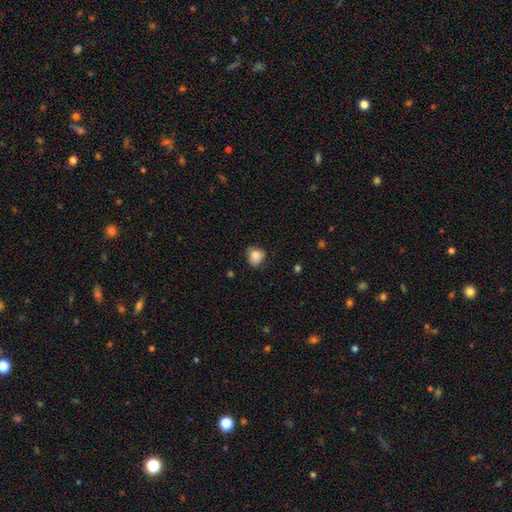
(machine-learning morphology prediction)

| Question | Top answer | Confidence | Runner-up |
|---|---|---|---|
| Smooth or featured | smooth | 84% | star or artifact (9%) |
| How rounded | round | 75% | in between (24%) |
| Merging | none | 71% | minor disturbance (24%) |